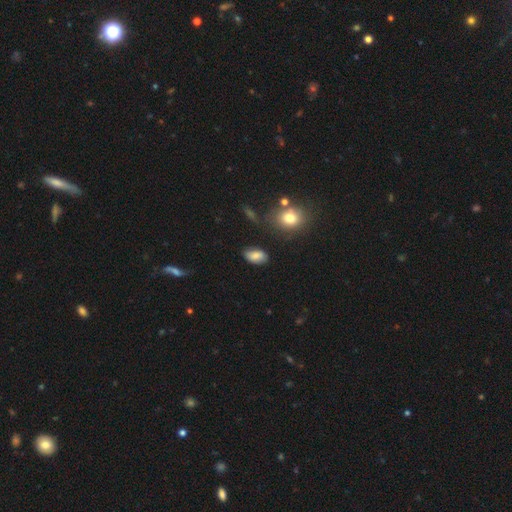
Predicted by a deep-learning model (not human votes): The model was most divided on "merging": none: 80%, minor disturbance: 14%, major disturbance: 3%, merger: 2%. More confident: how rounded — in between (91%); smooth or featured — smooth (79%).